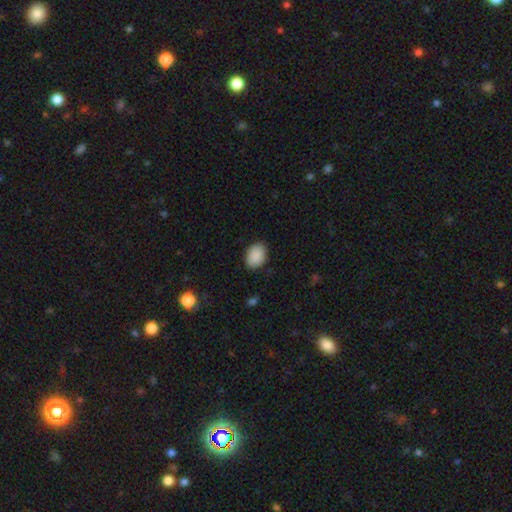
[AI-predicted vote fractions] Morphology: type=smooth (90%); roundness=in between (75%); merging=none (86%).